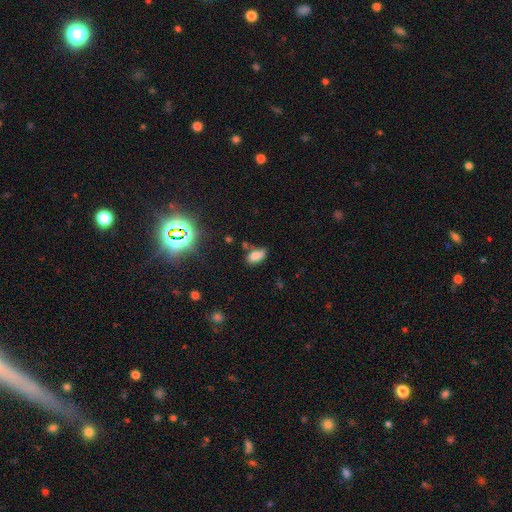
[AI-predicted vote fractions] smooth-or-featured: smooth: 78% | star or artifact: 14% | featured or disk: 8%
  how-rounded: in between: 91% | round: 5% | cigar-shaped: 3%
  merging: none: 65% | minor disturbance: 21% | merger: 9% | major disturbance: 5%